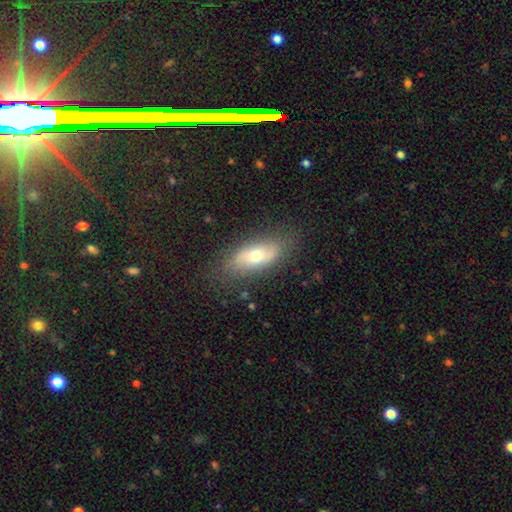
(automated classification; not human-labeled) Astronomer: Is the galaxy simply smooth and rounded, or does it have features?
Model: smooth — 56% (runner-up: featured or disk, 36%).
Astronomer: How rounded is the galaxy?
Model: in between — 78%.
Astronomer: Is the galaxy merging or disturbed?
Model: none — 80%.